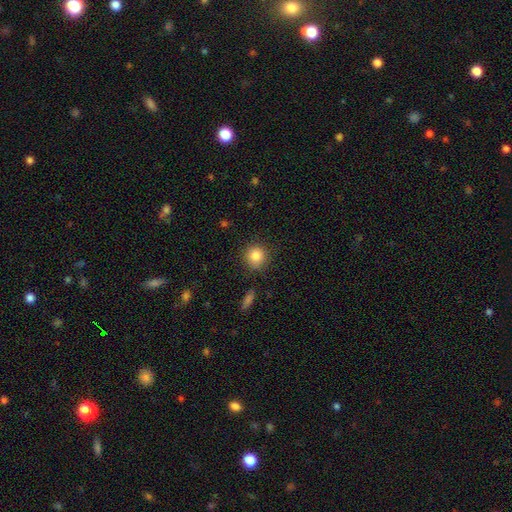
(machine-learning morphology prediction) smooth_or_featured: smooth (p=0.85) [alt: star or artifact p=0.10]
how_rounded: round (p=0.90) [alt: in between p=0.09]
merging: none (p=0.86) [alt: minor disturbance p=0.10]